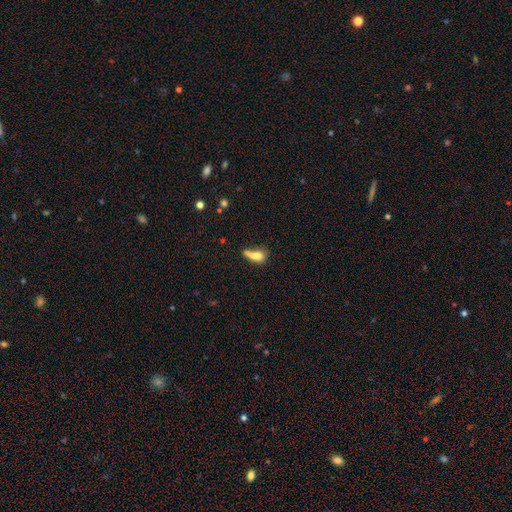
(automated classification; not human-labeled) A smooth galaxy with no disk features (72%) that is in between round and cigar-shaped (68%). Merging: merger (31%).